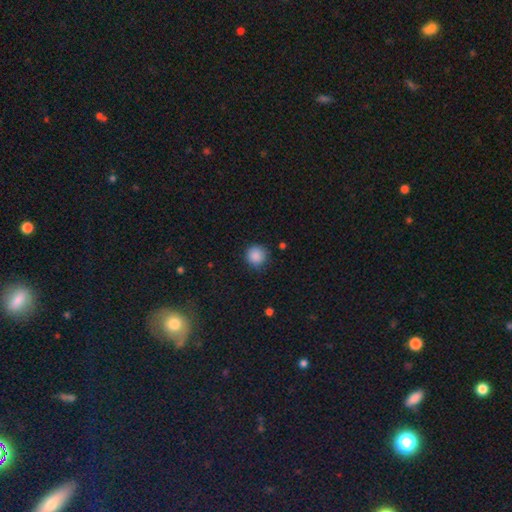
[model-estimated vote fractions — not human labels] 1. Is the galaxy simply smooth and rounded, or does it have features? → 87% smooth, 10% star or artifact, 3% featured or disk.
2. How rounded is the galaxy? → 94% round, 5% in between, 1% cigar-shaped.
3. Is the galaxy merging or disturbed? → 86% none, 10% minor disturbance, 3% major disturbance, 1% merger.